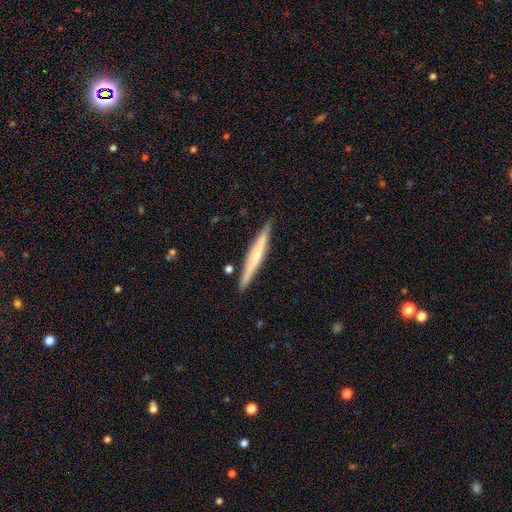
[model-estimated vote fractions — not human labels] smooth-or-featured: featured or disk: 48% | smooth: 46% | star or artifact: 5%
  merging: none: 89% | minor disturbance: 8% | merger: 2% | major disturbance: 1%